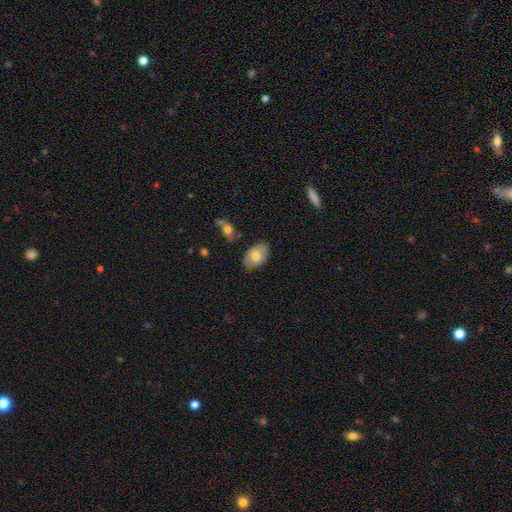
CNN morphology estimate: Q: Smooth or featured?
A: smooth (65%); runner-up: featured or disk (29%)
Q: How rounded?
A: in between (90%); runner-up: round (9%)
Q: Merging?
A: none (73%); runner-up: minor disturbance (20%)